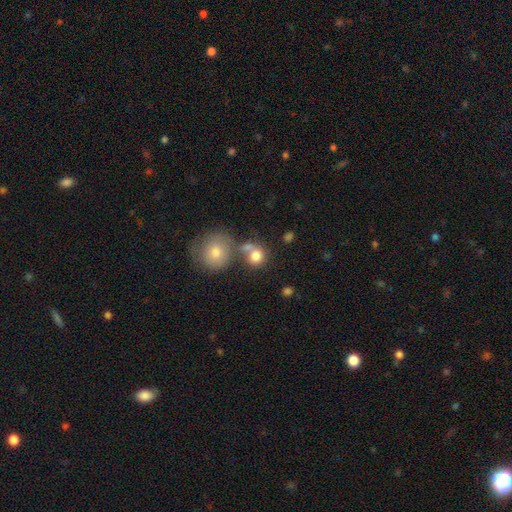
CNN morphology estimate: Overall: smooth (79%). How rounded: round (80%). Merging: none (47%; merger 36%).